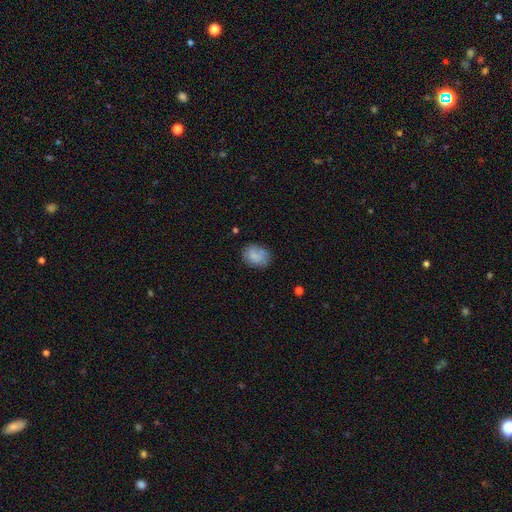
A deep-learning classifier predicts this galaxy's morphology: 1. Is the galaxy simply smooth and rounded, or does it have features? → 79% smooth, 13% featured or disk, 8% star or artifact.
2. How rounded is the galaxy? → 65% in between, 33% round, 1% cigar-shaped.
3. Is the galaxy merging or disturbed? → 71% none, 20% minor disturbance, 6% major disturbance, 3% merger.